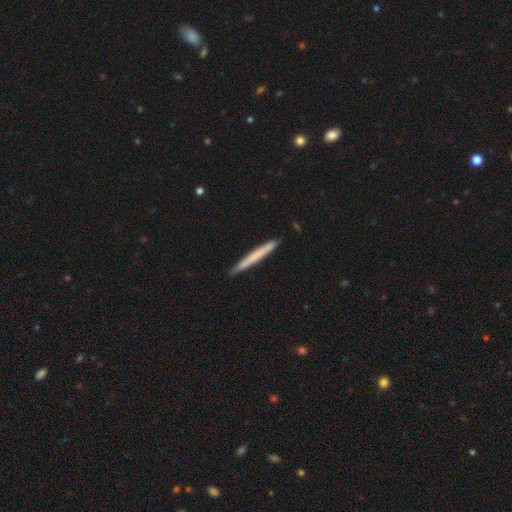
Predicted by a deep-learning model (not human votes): Smooth or featured?
  - smooth: 63% *
  - featured or disk: 31%
  - star or artifact: 6%
How rounded?
  - cigar-shaped: 97% *
  - in between: 2%
  - round: 1%
Merging?
  - none: 90% *
  - minor disturbance: 8%
  - major disturbance: 1%
  - merger: 1%